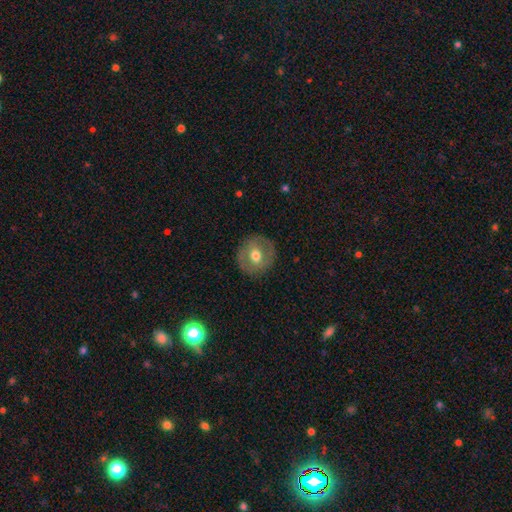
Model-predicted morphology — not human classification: Q: Smooth or featured?
A: smooth (49%); runner-up: featured or disk (45%)
Q: Merging?
A: none (86%); runner-up: minor disturbance (10%)